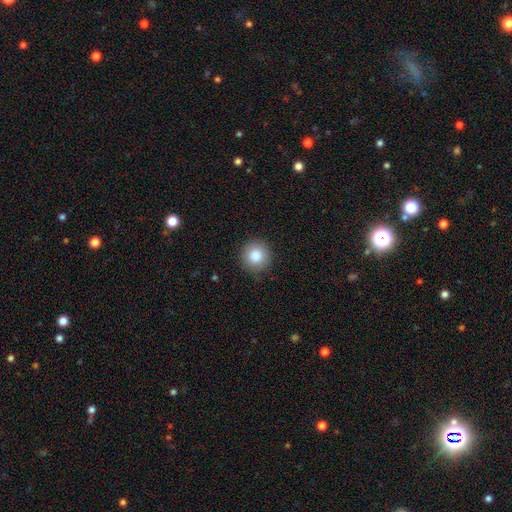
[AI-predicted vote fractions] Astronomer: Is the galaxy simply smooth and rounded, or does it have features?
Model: smooth — 85%.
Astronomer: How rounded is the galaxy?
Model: round — 94%.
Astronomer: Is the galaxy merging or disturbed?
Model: none — 88%.